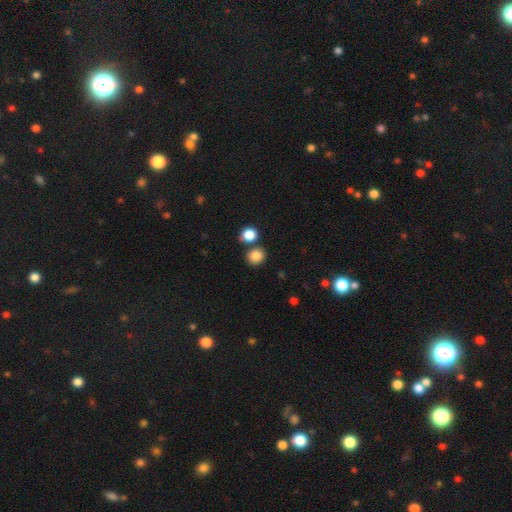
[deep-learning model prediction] Morphology: type=smooth (85%); roundness=round (78%); merging=none (73%).